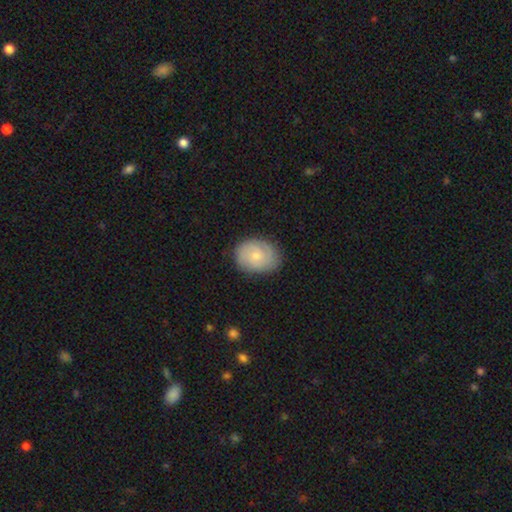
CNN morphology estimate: A smooth galaxy with no disk features (48%). Merging: none (79%).